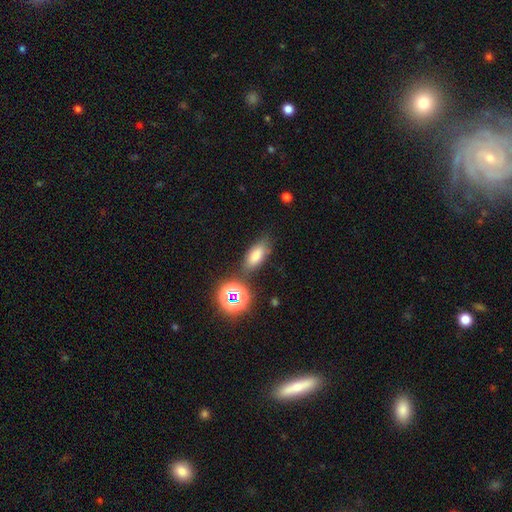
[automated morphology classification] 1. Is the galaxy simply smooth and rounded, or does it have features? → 68% smooth, 21% star or artifact, 11% featured or disk.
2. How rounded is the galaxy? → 76% in between, 14% cigar-shaped, 10% round.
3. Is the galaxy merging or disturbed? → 74% none, 14% minor disturbance, 8% merger, 5% major disturbance.